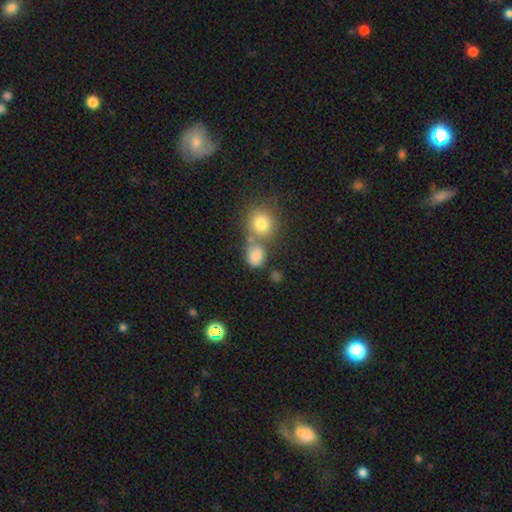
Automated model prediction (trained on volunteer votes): smooth 80%, star or artifact 13%, featured or disk 7%. Down the decision tree: how rounded — round (59%); merging — none (50%).